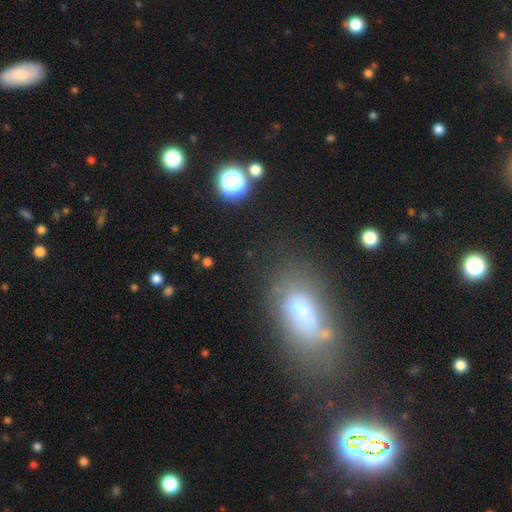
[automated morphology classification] smooth-or-featured: smooth: 53% | star or artifact: 26% | featured or disk: 22%
  how-rounded: in between: 80% | cigar-shaped: 11% | round: 9%
  merging: none: 64% | minor disturbance: 19% | major disturbance: 10% | merger: 8%